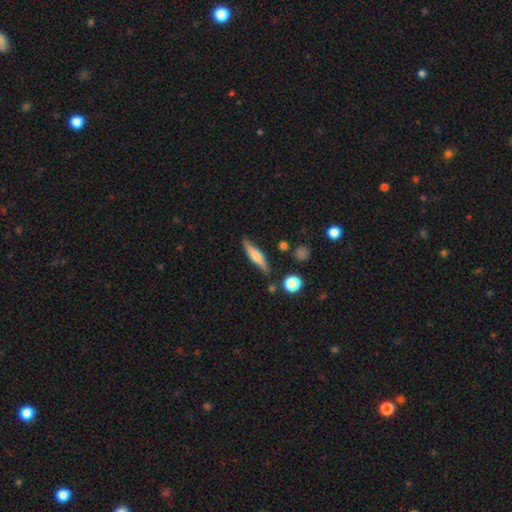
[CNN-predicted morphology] The model was most divided on "smooth or featured": smooth: 49%, featured or disk: 44%, star or artifact: 7%. More confident: merging — none (79%).